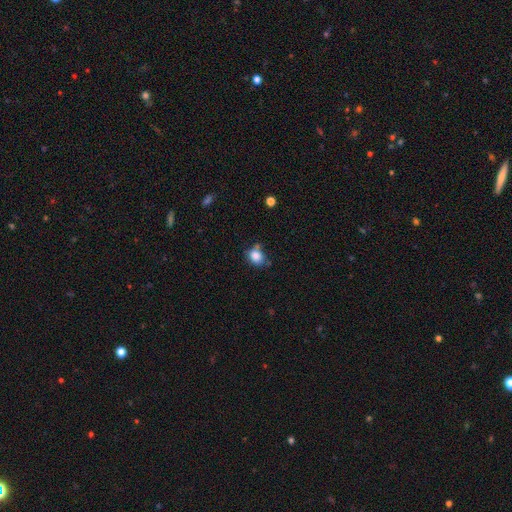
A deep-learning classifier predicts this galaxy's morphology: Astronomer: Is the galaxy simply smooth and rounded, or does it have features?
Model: smooth — 83%.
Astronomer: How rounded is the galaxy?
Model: round — 50% (runner-up: in between, 49%).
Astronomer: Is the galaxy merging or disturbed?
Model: none — 54%.